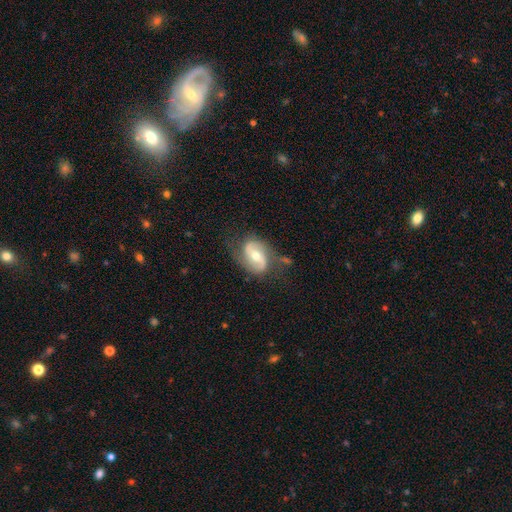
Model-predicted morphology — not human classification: Overall: featured or disk (78%). Edge-on disk: no (97%). Bar: weak (43%; no 29%). Spiral arms: yes (92%). Spiral arm count: 2 (89%). Spiral winding: loose (44%; medium 41%). Bulge size: moderate (66%; small 28%). Merging: none (63%).